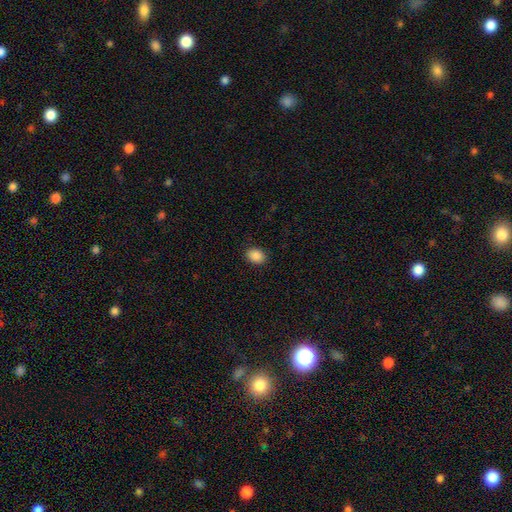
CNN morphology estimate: Smooth or featured?
  - smooth: 88% *
  - star or artifact: 9%
  - featured or disk: 3%
How rounded?
  - in between: 60% *
  - round: 39%
  - cigar-shaped: 1%
Merging?
  - none: 90% *
  - minor disturbance: 7%
  - major disturbance: 2%
  - merger: 1%